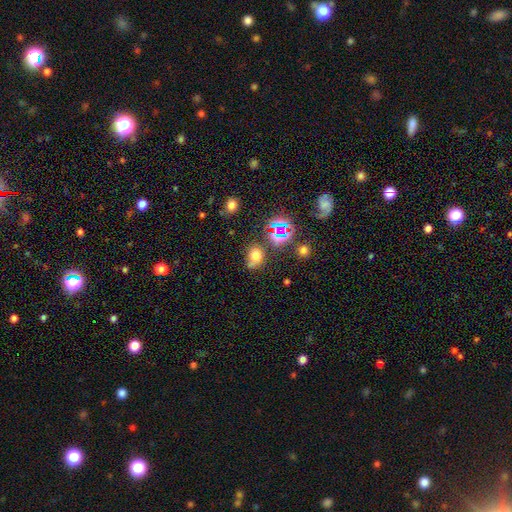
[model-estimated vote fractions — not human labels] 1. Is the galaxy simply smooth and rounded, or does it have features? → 64% smooth, 25% star or artifact, 11% featured or disk.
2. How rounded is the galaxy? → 51% round, 47% in between, 1% cigar-shaped.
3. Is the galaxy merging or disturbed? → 58% none, 22% minor disturbance, 12% merger, 8% major disturbance.